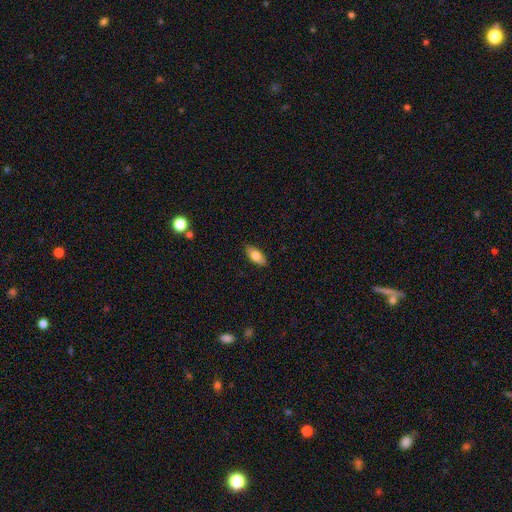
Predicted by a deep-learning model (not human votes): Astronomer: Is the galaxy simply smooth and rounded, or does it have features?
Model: smooth — 76%.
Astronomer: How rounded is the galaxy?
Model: in between — 87%.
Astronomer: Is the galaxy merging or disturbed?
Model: none — 87%.